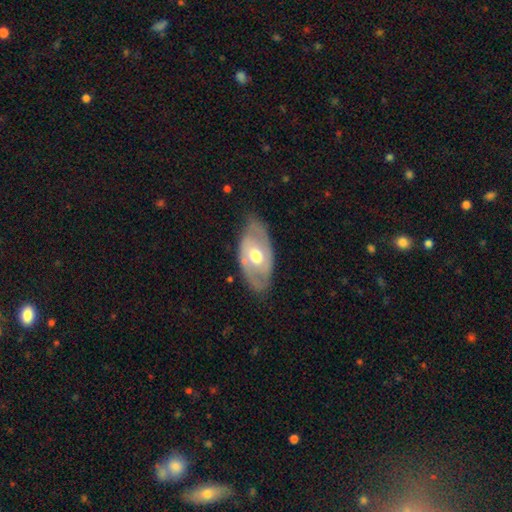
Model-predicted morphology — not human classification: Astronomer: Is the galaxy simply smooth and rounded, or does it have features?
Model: featured or disk — 58% (runner-up: smooth, 37%).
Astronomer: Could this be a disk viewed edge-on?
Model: no — 88%.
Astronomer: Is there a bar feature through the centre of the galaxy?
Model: no — 75%.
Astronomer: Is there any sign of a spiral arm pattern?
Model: no — 59% (runner-up: yes, 41%).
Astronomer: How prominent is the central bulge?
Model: moderate — 73%.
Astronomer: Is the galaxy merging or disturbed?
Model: none — 69%.